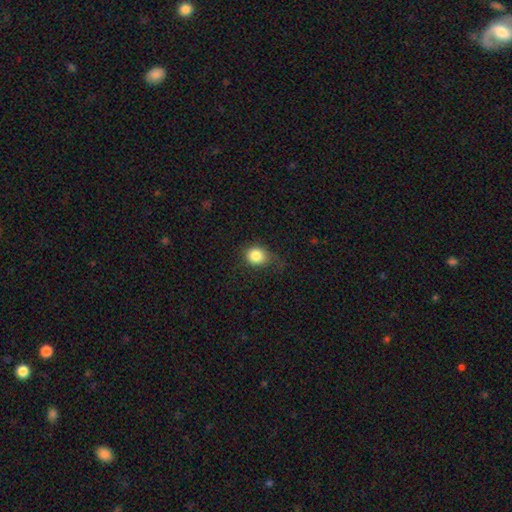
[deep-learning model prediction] Q: Smooth or featured?
A: smooth (82%); runner-up: star or artifact (10%)
Q: How rounded?
A: round (72%); runner-up: in between (27%)
Q: Merging?
A: none (61%); runner-up: minor disturbance (27%)